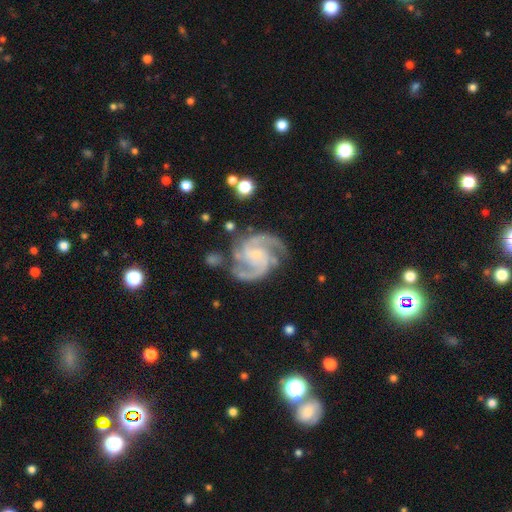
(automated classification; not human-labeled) Smooth or featured? featured or disk (93%)
Edge-on disk? no (99%)
Bar? no (56%)
Spiral arms? yes (99%)
Spiral winding? medium (57%)
Spiral arm count? 2 (50%)
Bulge size? small (66%)
Merging? none (71%)